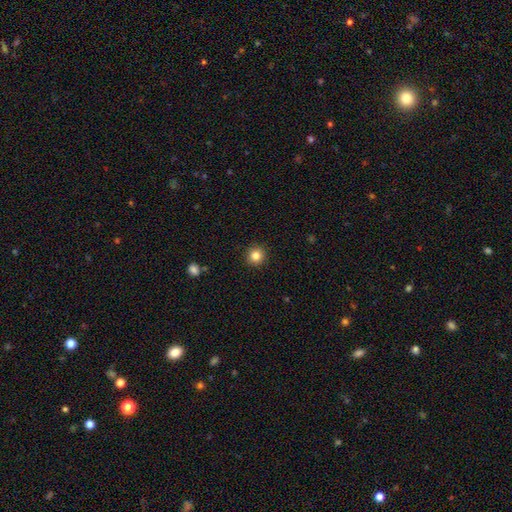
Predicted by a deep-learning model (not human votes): This appears to be a smooth galaxy with no disk features (84%) that is round (94%). Merging: none (92%).